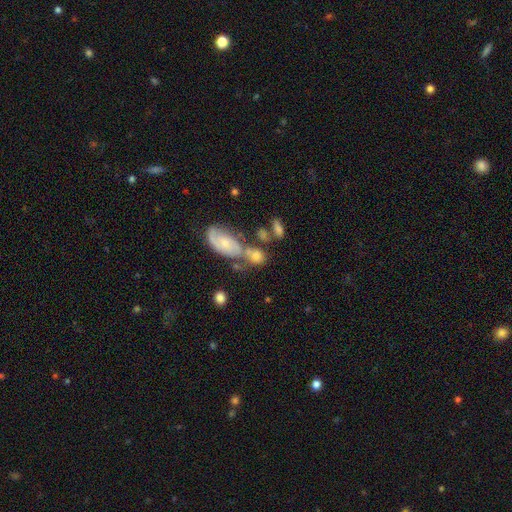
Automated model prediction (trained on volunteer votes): Q: Smooth or featured?
A: smooth (60%); runner-up: featured or disk (30%)
Q: How rounded?
A: in between (52%); runner-up: round (44%)
Q: Merging?
A: merger (42%); runner-up: none (35%)